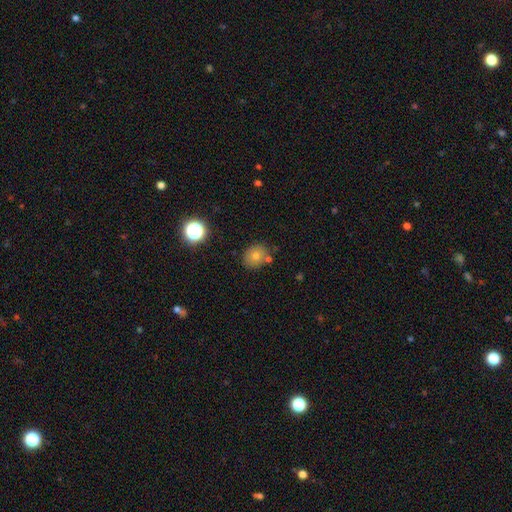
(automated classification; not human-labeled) Overall: smooth (69%). How rounded: round (71%). Merging: none (77%).